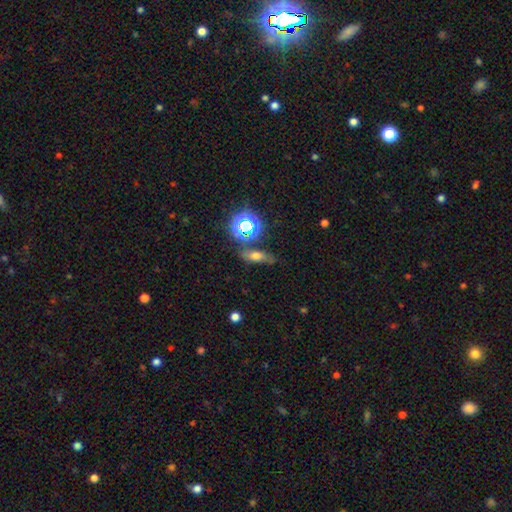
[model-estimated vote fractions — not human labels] Smooth or featured? smooth (54%)
How rounded? in between (55%)
Merging? none (69%)